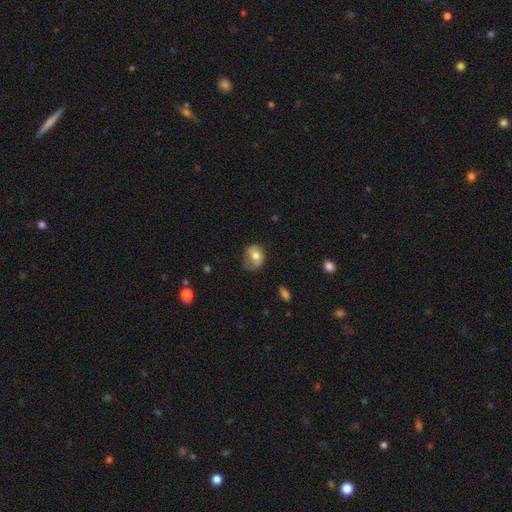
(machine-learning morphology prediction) This is likely a smooth galaxy (65%). How rounded: possibly in between (54%). Merging: marginally none (36%).